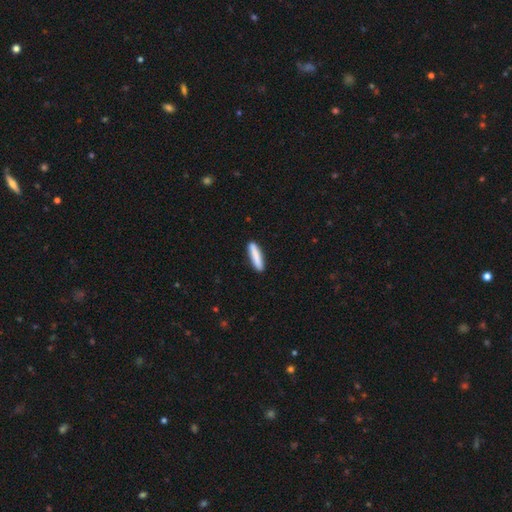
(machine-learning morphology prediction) type=smooth (85%); roundness=cigar-shaped (86%); merging=none (90%).